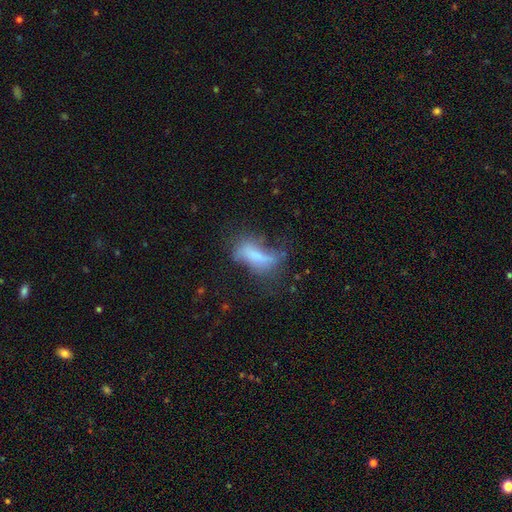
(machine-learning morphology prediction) smooth_or_featured: smooth (p=0.55) [alt: featured or disk p=0.33]
how_rounded: in between (p=0.65) [alt: cigar-shaped p=0.31]
merging: major disturbance (p=0.36) [alt: none p=0.31]